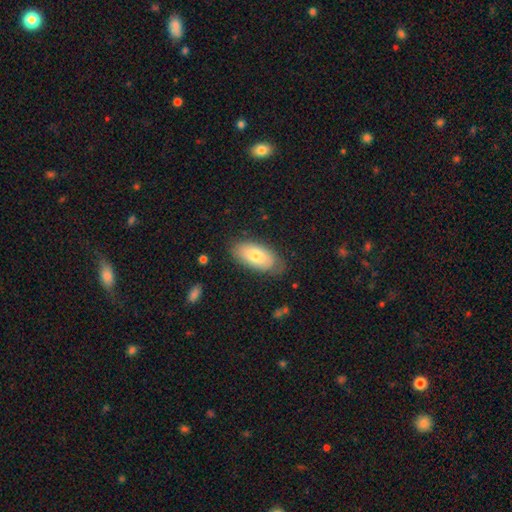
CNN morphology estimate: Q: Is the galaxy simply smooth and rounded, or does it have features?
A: smooth — 73%.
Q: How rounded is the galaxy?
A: in between — 92%.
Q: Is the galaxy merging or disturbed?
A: none — 76%.